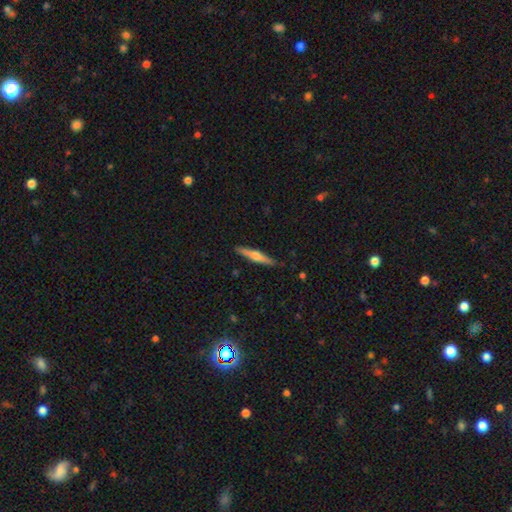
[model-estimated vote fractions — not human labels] Q: Smooth or featured?
A: featured or disk (54%); runner-up: smooth (40%)
Q: Edge-on disk?
A: yes (97%); runner-up: no (3%)
Q: Edge-on bulge?
A: rounded (86%); runner-up: none (7%)
Q: Merging?
A: none (89%); runner-up: minor disturbance (8%)